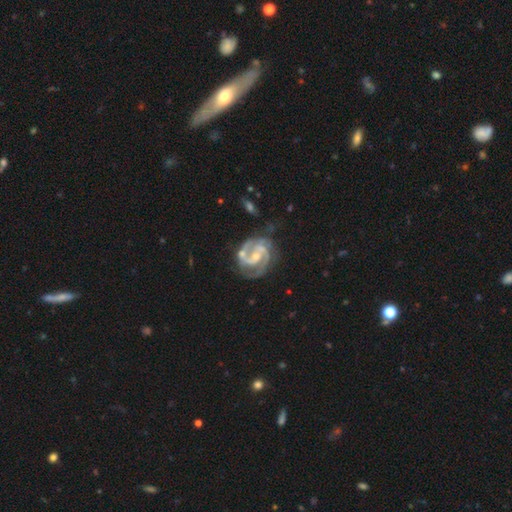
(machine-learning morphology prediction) Q: Smooth or featured?
A: featured or disk (92%); runner-up: star or artifact (4%)
Q: Edge-on disk?
A: no (98%); runner-up: yes (2%)
Q: Bar?
A: weak (42%); runner-up: no (38%)
Q: Spiral arms?
A: yes (98%); runner-up: no (2%)
Q: Spiral winding?
A: medium (51%); runner-up: tight (41%)
Q: Spiral arm count?
A: 2 (73%); runner-up: 3 (16%)
Q: Bulge size?
A: small (53%); runner-up: moderate (43%)
Q: Merging?
A: none (58%); runner-up: minor disturbance (23%)